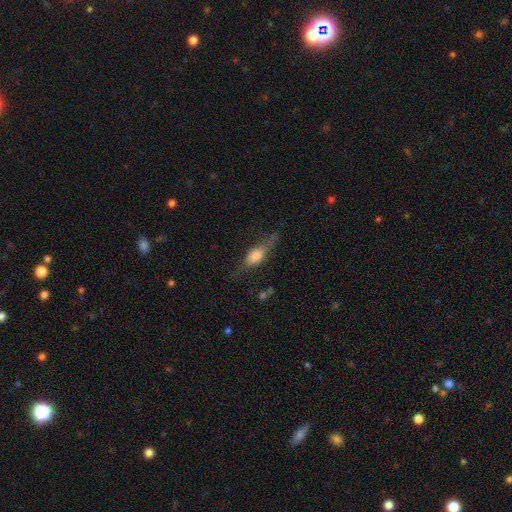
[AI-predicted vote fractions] smooth_or_featured: featured or disk (p=0.47) [alt: smooth p=0.44]
merging: none (p=0.59) [alt: minor disturbance p=0.24]